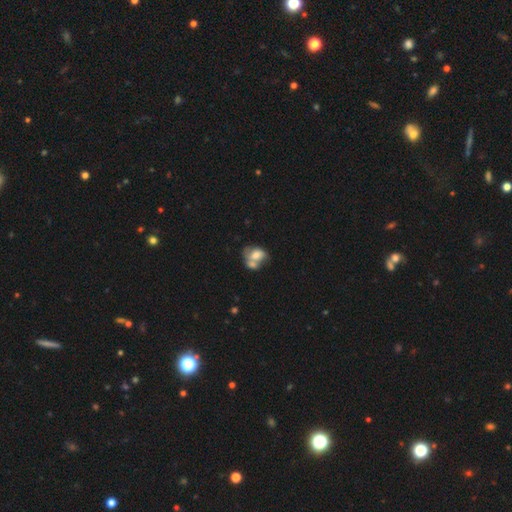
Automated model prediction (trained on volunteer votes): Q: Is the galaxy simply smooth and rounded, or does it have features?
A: smooth — 62%.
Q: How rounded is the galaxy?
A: in between — 68%.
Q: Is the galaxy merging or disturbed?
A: merger — 59%.